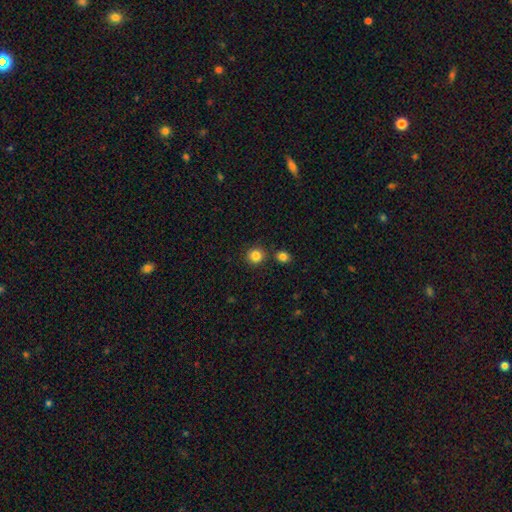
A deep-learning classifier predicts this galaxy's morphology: A smooth galaxy with no disk features (84%) that is round (92%). Merging: none (84%).